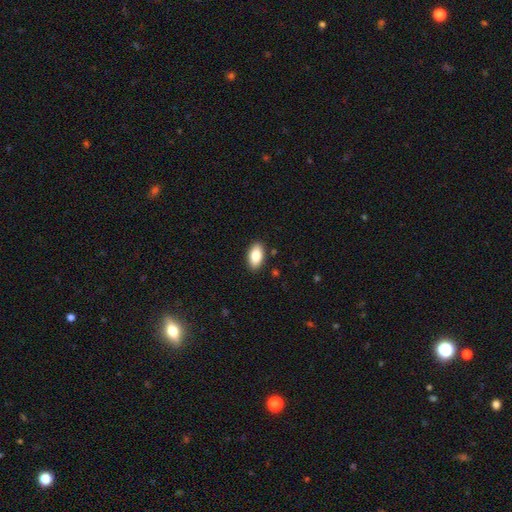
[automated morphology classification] This is clearly a smooth galaxy (84%). How rounded: clearly in between (93%). Merging: clearly none (89%).